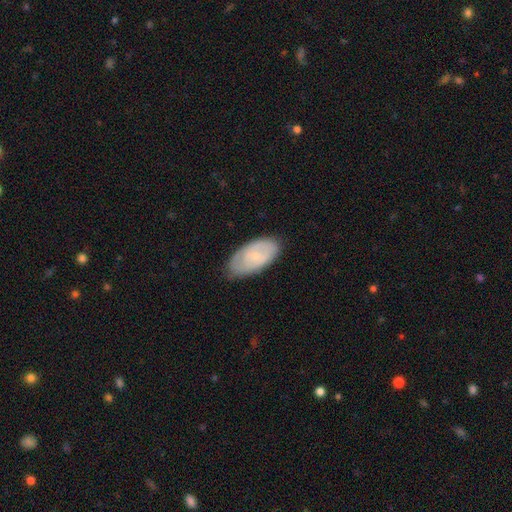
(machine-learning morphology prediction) This appears to be a smooth galaxy with no disk features (49%). Merging: none (74%).